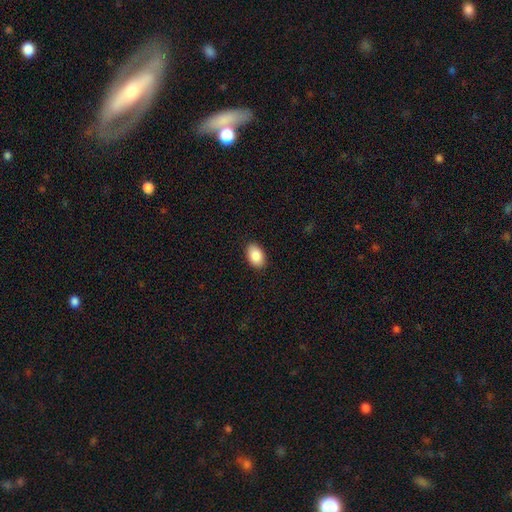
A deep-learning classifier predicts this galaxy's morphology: Smooth or featured?
  - smooth: 89% *
  - star or artifact: 7%
  - featured or disk: 5%
How rounded?
  - in between: 90% *
  - round: 8%
  - cigar-shaped: 1%
Merging?
  - none: 90% *
  - minor disturbance: 7%
  - major disturbance: 2%
  - merger: 1%